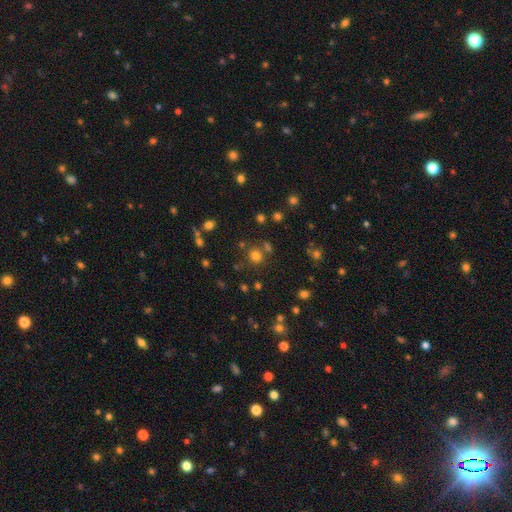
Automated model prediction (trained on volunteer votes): smooth-or-featured: smooth: 72% | star or artifact: 21% | featured or disk: 7%
  how-rounded: round: 90% | in between: 9% | cigar-shaped: 1%
  merging: none: 76% | merger: 12% | minor disturbance: 8% | major disturbance: 4%